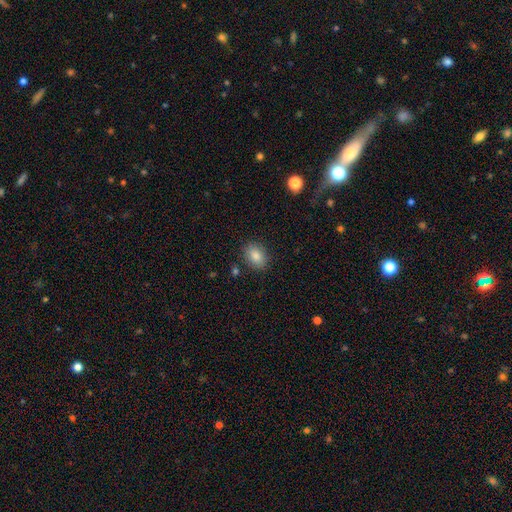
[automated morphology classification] smooth-or-featured: smooth: 85% | star or artifact: 9% | featured or disk: 7%
  how-rounded: in between: 75% | round: 24% | cigar-shaped: 1%
  merging: none: 87% | minor disturbance: 9% | major disturbance: 2% | merger: 2%